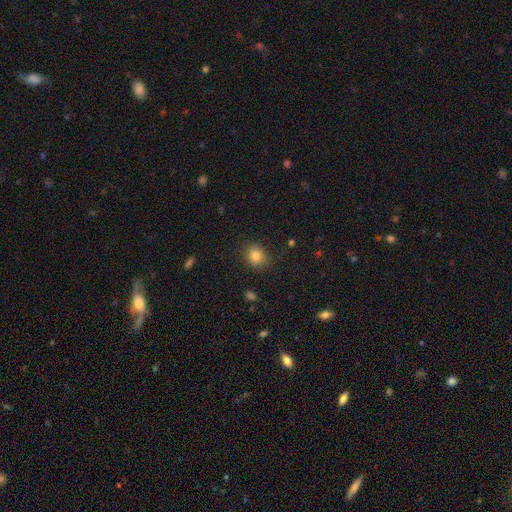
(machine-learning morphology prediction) type=smooth (82%); roundness=round (70%); merging=none (86%).